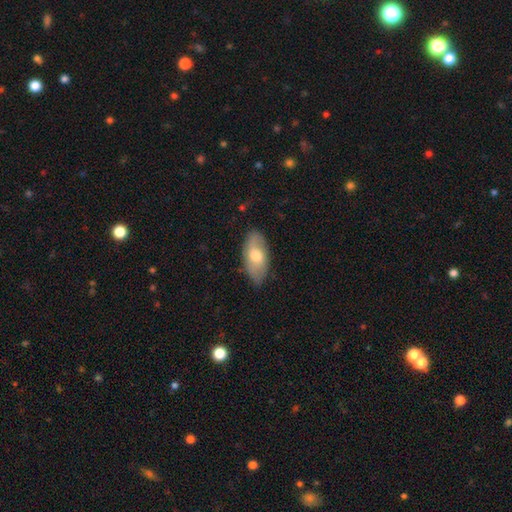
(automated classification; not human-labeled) Smooth or featured? smooth (62%)
How rounded? in between (92%)
Merging? none (79%)